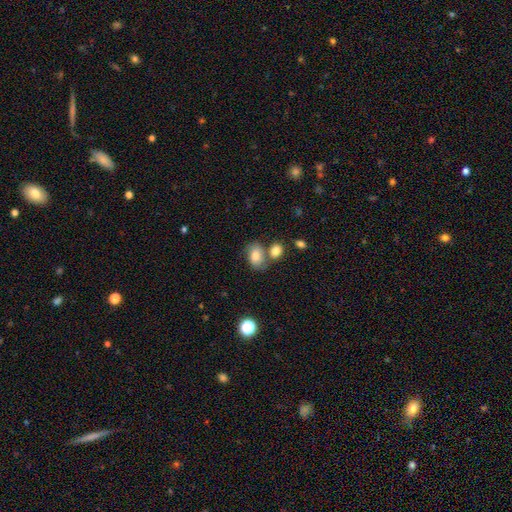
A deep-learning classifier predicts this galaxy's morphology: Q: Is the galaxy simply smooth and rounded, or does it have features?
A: smooth — 76%.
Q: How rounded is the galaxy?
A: in between — 77%.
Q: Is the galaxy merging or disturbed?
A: none — 49%.